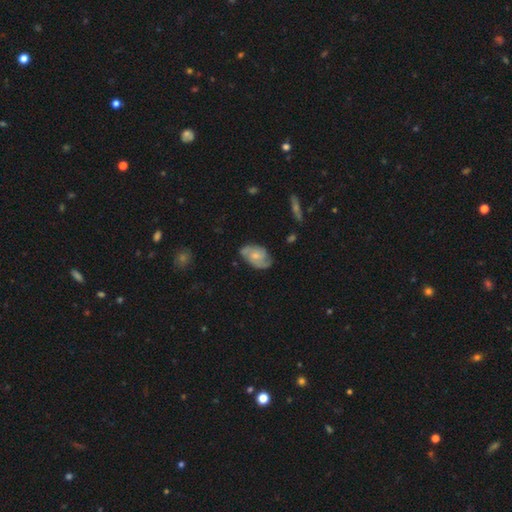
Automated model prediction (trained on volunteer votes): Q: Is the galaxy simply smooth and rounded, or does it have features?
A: featured or disk — 73%.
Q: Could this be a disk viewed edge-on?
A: no — 97%.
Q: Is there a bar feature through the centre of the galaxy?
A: no — 65%.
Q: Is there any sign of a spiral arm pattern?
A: yes — 93%.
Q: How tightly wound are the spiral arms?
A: medium — 46%.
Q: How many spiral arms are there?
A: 2 — 72%.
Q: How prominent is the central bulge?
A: small — 55%.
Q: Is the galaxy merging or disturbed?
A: none — 69%.